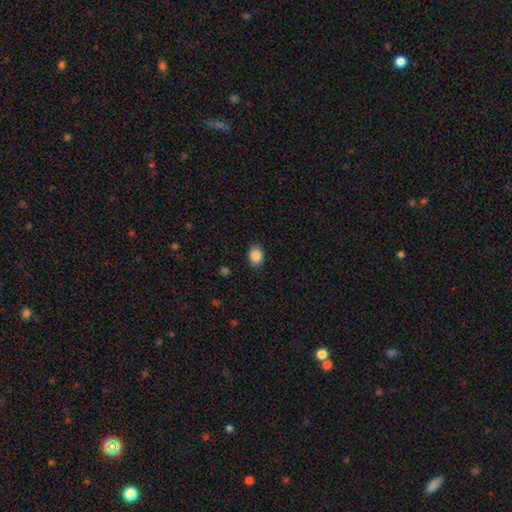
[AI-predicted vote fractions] Smooth or featured: smooth — 87% (star or artifact — 9%)
How rounded: in between — 59% (round — 40%)
Merging: none — 86% (minor disturbance — 10%)